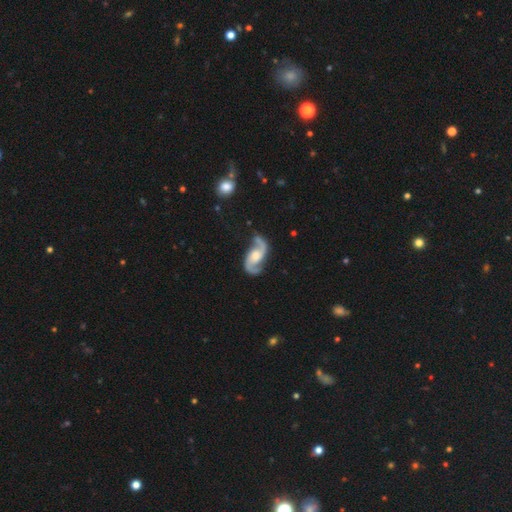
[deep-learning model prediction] Smooth or featured? Predicted: featured or disk (p=0.92). Edge-on disk? Predicted: no (p=0.97). Bar? Predicted: no (p=0.52). Spiral arms? Predicted: yes (p=0.98). Spiral winding? Predicted: medium (p=0.48). Spiral arm count? Predicted: 2 (p=0.94). Bulge size? Predicted: moderate (p=0.43). Merging? Predicted: none (p=0.77).